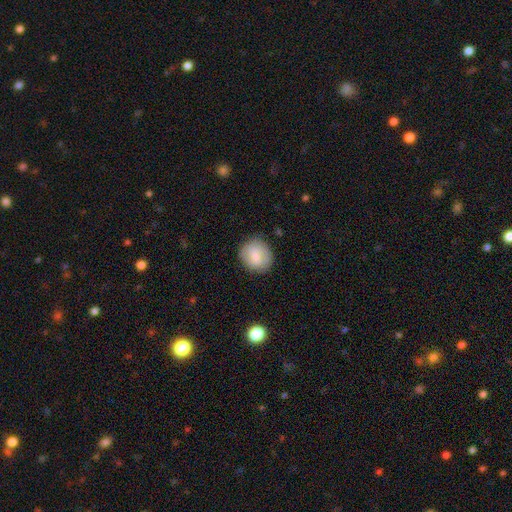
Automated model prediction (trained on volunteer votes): Smooth or featured? smooth (73%)
How rounded? round (81%)
Merging? none (83%)